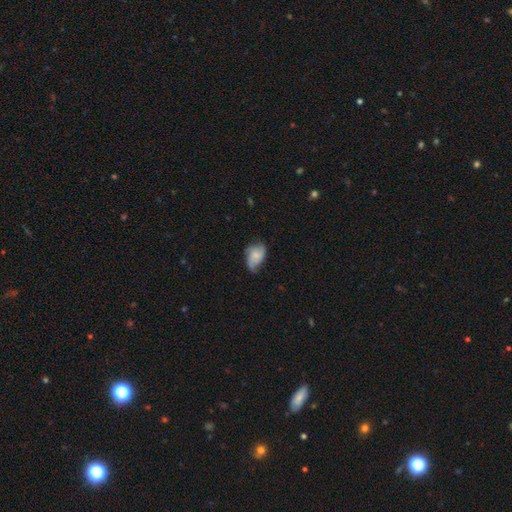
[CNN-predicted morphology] Smooth or featured? Predicted: smooth (p=0.56). How rounded? Predicted: in between (p=0.86). Merging? Predicted: none (p=0.44).